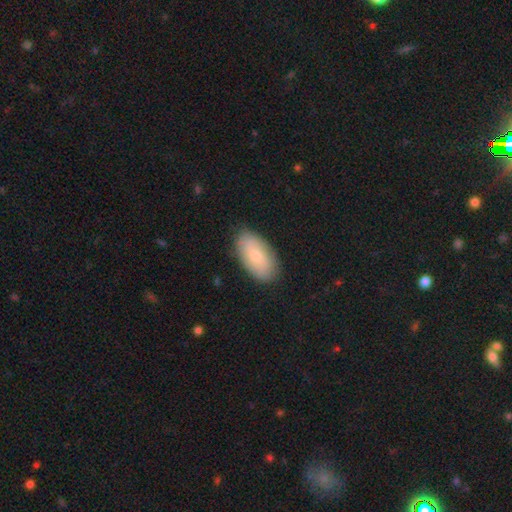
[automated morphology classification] Overall: smooth (78%). How rounded: in between (94%). Merging: none (85%).